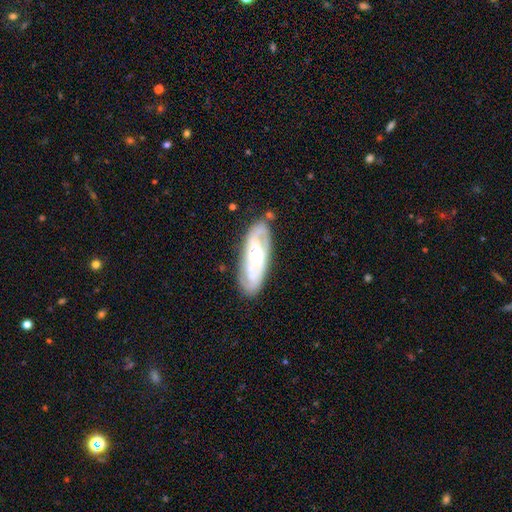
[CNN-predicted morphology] type=featured or disk (73%); edge-on=no (86%); bar=no (55%); spiral arms=yes (86%); winding=tight (52%); arm count=2 (56%); bulge=moderate (53%); merging=none (79%).